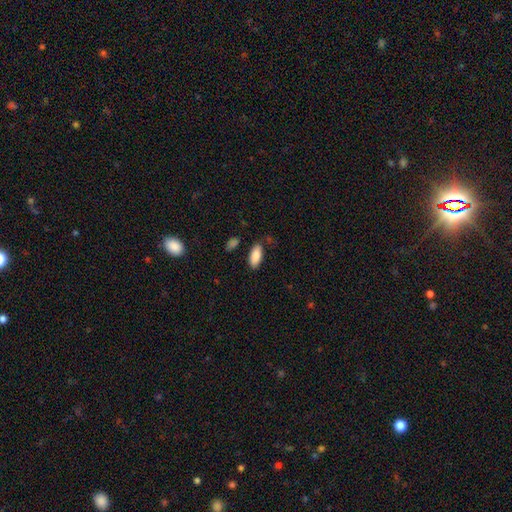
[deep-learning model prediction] The model was most divided on "merging": none: 80%, minor disturbance: 14%, major disturbance: 3%, merger: 3%. More confident: smooth or featured — smooth (88%); how rounded — in between (86%).